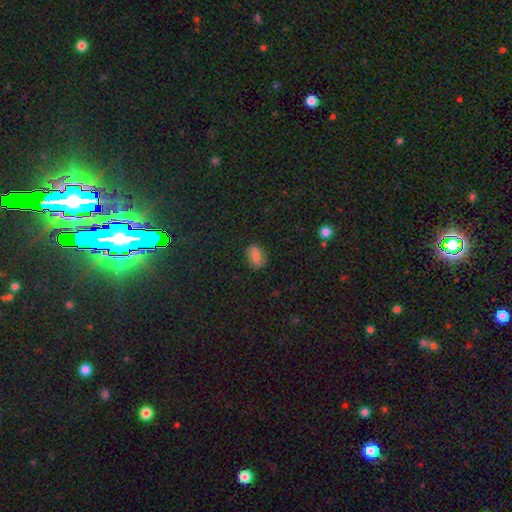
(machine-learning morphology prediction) Smooth or featured? smooth (62%)
How rounded? in between (73%)
Merging? none (82%)